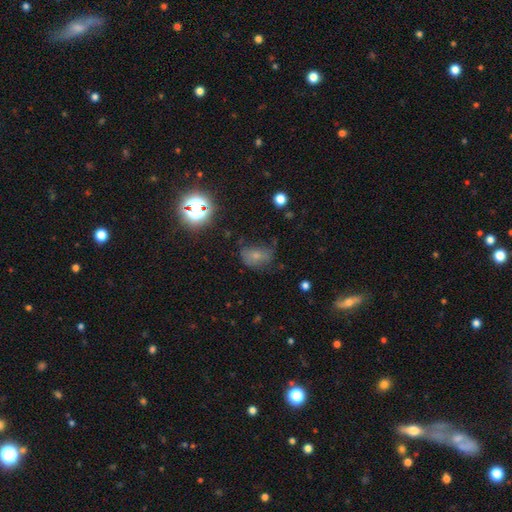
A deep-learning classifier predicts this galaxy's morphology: A smooth galaxy with no disk features (59%) that is in between round and cigar-shaped (77%).

Vote fractions:
- Smooth or featured? smooth: 59% / star or artifact: 21% / featured or disk: 19%
- How rounded? in between: 77% / round: 21% / cigar-shaped: 2%
- Merging? none: 43% / minor disturbance: 33% / major disturbance: 21% / merger: 3%